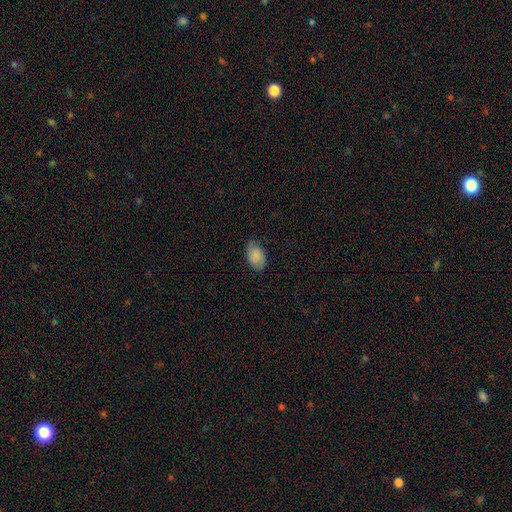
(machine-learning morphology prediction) Q: Smooth or featured?
A: smooth (85%); runner-up: featured or disk (8%)
Q: How rounded?
A: in between (92%); runner-up: round (7%)
Q: Merging?
A: none (76%); runner-up: minor disturbance (19%)